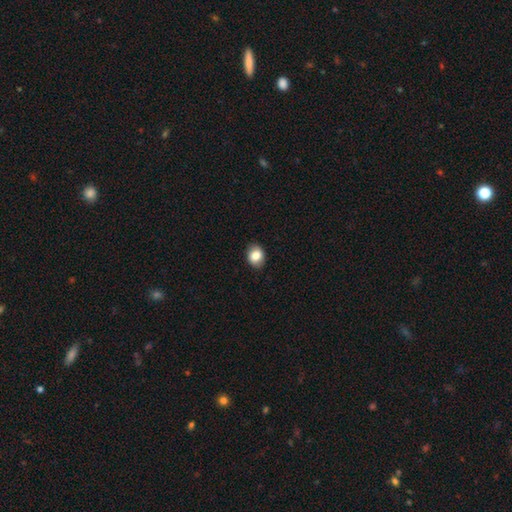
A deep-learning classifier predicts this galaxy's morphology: A smooth galaxy with no disk features (83%) that is in between round and cigar-shaped (57%). Merging: none (88%).